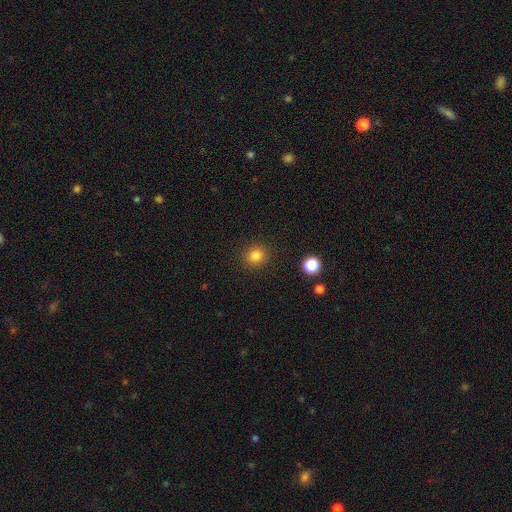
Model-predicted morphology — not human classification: A smooth galaxy with no disk features (82%) that is round (89%).

Vote fractions:
- Smooth or featured? smooth: 82% / star or artifact: 13% / featured or disk: 5%
- How rounded? round: 89% / in between: 10% / cigar-shaped: 1%
- Merging? none: 91% / minor disturbance: 6% / major disturbance: 2% / merger: 1%